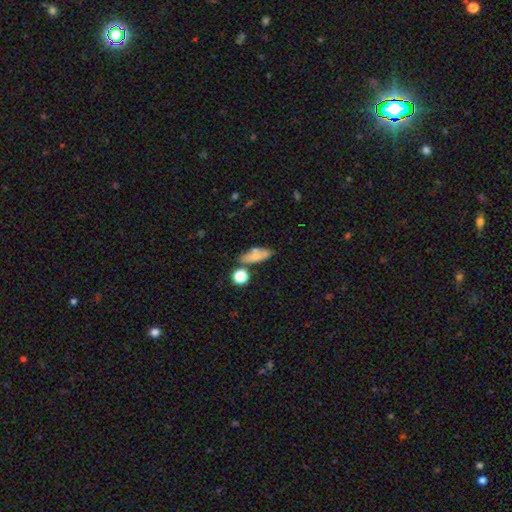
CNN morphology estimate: Smooth or featured? Predicted: smooth (p=0.70). How rounded? Predicted: in between (p=0.54). Merging? Predicted: none (p=0.60).